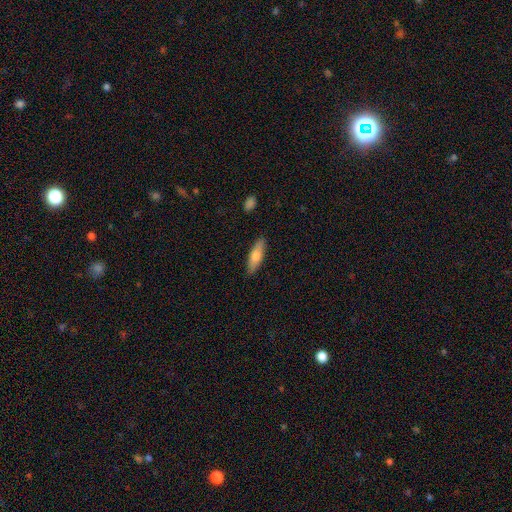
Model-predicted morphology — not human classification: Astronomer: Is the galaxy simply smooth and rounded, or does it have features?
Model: smooth — 70%.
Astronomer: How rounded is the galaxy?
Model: cigar-shaped — 54% (runner-up: in between, 44%).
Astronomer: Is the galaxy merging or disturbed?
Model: none — 88%.